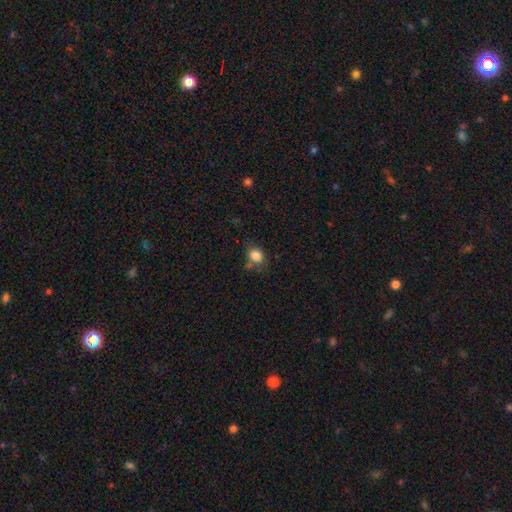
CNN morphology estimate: A smooth galaxy with no disk features (83%) that is round (59%).

Vote fractions:
- Smooth or featured? smooth: 83% / star or artifact: 11% / featured or disk: 6%
- How rounded? round: 59% / in between: 40% / cigar-shaped: 1%
- Merging? none: 57% / minor disturbance: 25% / major disturbance: 10% / merger: 8%